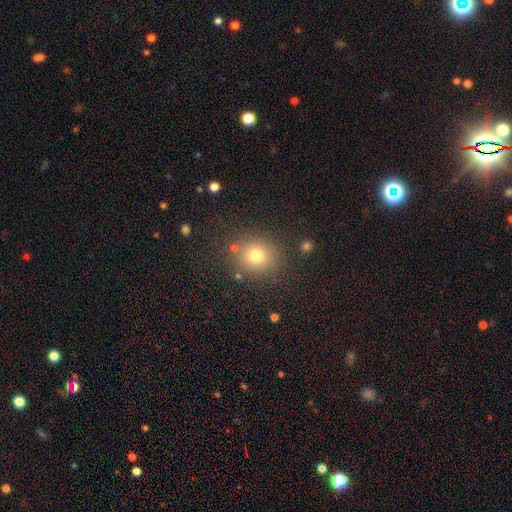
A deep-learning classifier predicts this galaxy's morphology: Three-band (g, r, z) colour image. It shows a smooth galaxy with no disk features (76%) that is round (84%). Merging: none (83%).